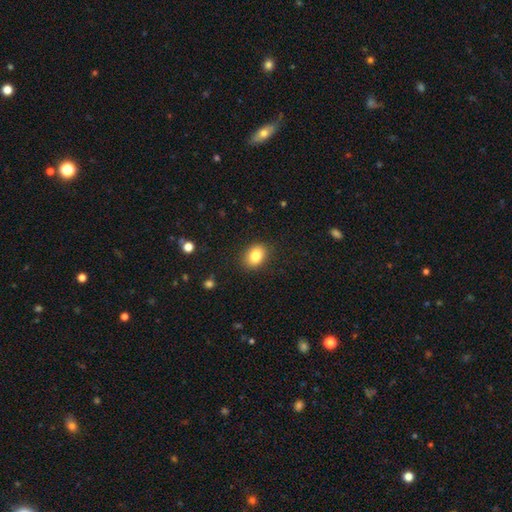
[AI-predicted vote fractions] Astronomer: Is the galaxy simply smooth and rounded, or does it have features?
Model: smooth — 84%.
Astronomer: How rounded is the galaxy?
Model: in between — 70%.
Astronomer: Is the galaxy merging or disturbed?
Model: none — 87%.